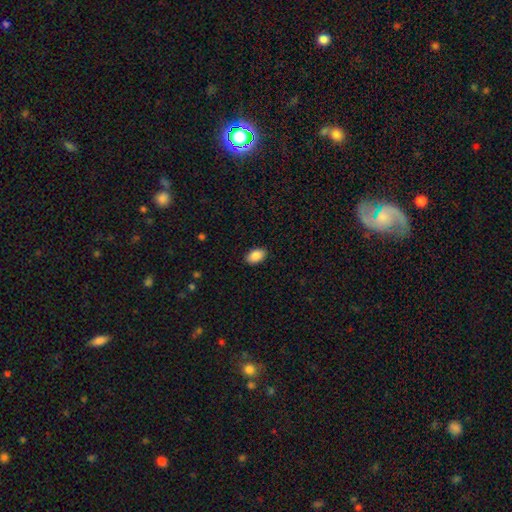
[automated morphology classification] Overall: smooth (89%). How rounded: in between (91%). Merging: none (89%).